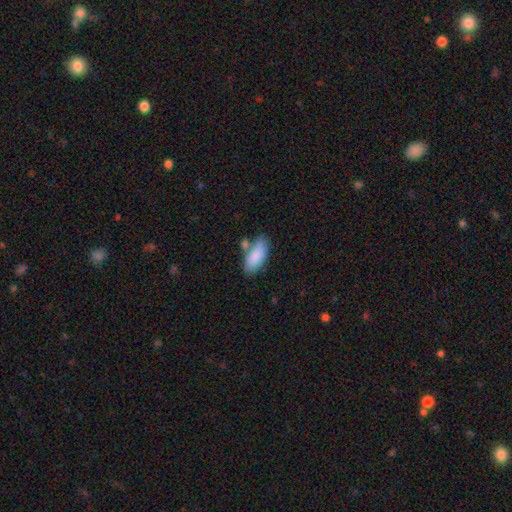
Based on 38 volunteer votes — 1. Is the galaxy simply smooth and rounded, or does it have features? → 92% smooth, 5% featured or disk, 3% star or artifact.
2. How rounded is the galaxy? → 89% in between, 11% cigar-shaped, 0% round.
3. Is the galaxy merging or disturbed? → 84% none, 8% major disturbance, 5% merger, 3% minor disturbance.